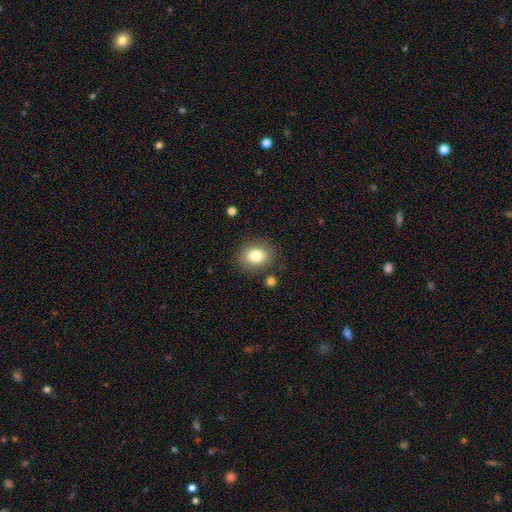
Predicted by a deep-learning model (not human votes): A smooth galaxy with no disk features (81%) that is round (59%).

Vote fractions:
- Smooth or featured? smooth: 81% / featured or disk: 10% / star or artifact: 9%
- How rounded? round: 59% / in between: 40% / cigar-shaped: 1%
- Merging? none: 82% / minor disturbance: 11% / major disturbance: 4% / merger: 4%